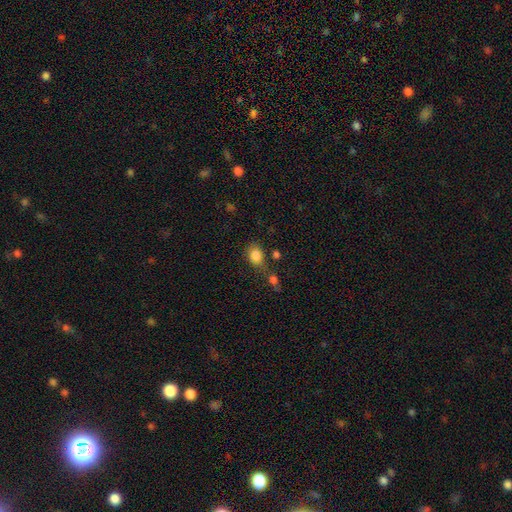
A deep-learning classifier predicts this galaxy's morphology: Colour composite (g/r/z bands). It shows a smooth galaxy with no disk features (84%) that is in between round and cigar-shaped (61%). Merging: none (55%).